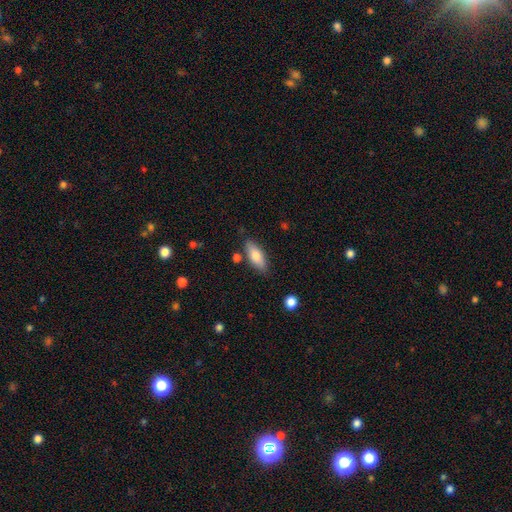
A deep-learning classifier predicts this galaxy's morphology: This appears to be a smooth galaxy with no disk features (76%) that is in between round and cigar-shaped (75%). Merging: none (80%).